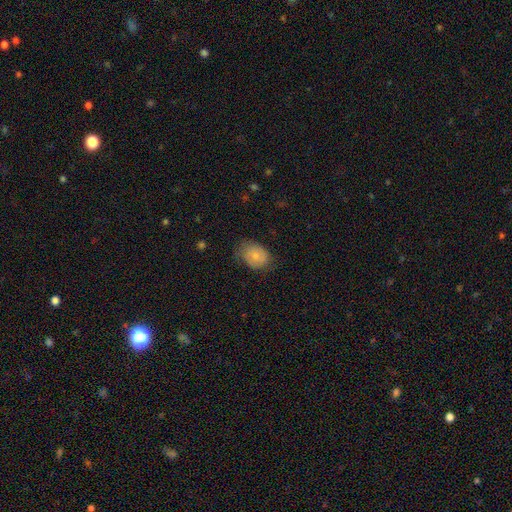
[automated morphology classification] Smooth or featured?
  - smooth: 75% *
  - featured or disk: 18%
  - star or artifact: 7%
How rounded?
  - in between: 63% *
  - round: 36%
  - cigar-shaped: 1%
Merging?
  - none: 60% *
  - minor disturbance: 30%
  - major disturbance: 9%
  - merger: 1%